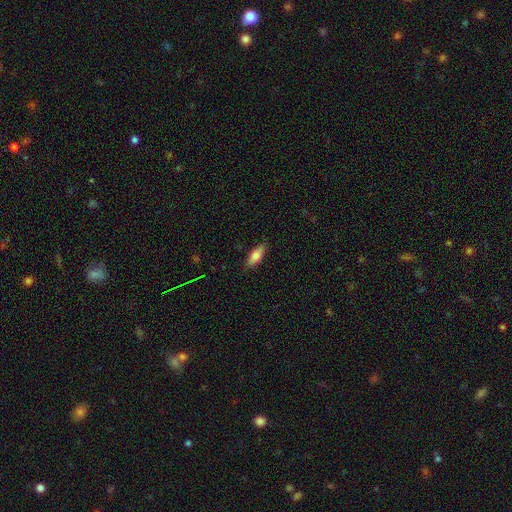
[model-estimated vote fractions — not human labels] smooth_or_featured: smooth (p=0.73) [alt: featured or disk p=0.20]
how_rounded: in between (p=0.67) [alt: cigar-shaped p=0.30]
merging: none (p=0.84) [alt: minor disturbance p=0.12]